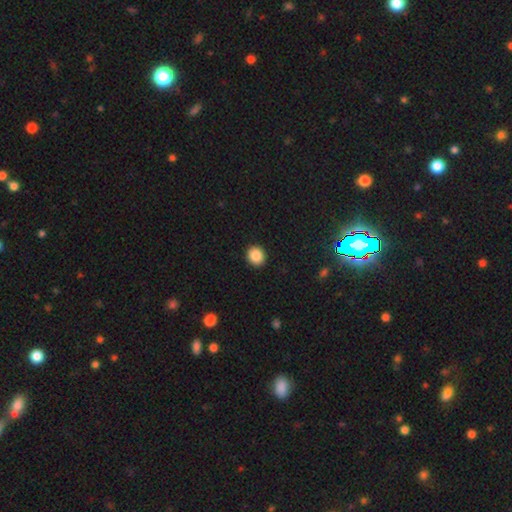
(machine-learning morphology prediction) A smooth galaxy with no disk features (87%) that is round (80%). Merging: none (92%).